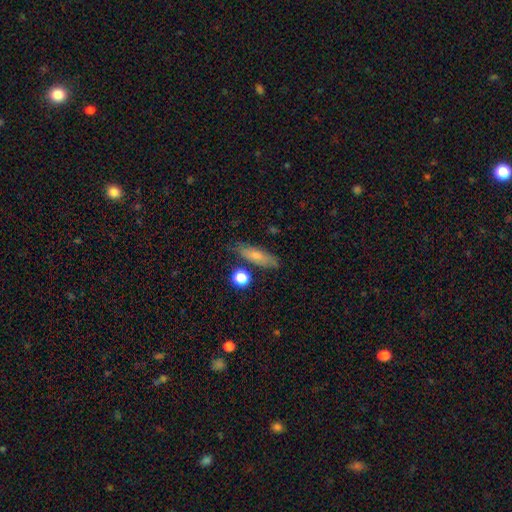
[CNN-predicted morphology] The model was most divided on "how rounded": cigar-shaped: 52%, in between: 42%, round: 6%. More confident: merging — none (76%); smooth or featured — smooth (72%).